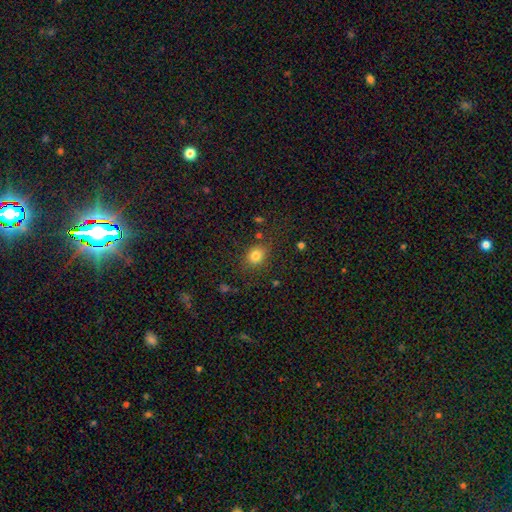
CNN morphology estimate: A smooth galaxy with no disk features (81%) that is round (56%). Merging: none (79%).